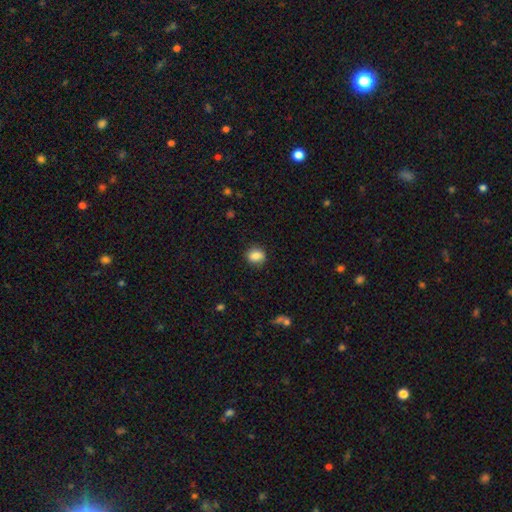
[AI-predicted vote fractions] This appears to be a smooth galaxy with no disk features (84%) that is round (57%). Merging: none (84%).